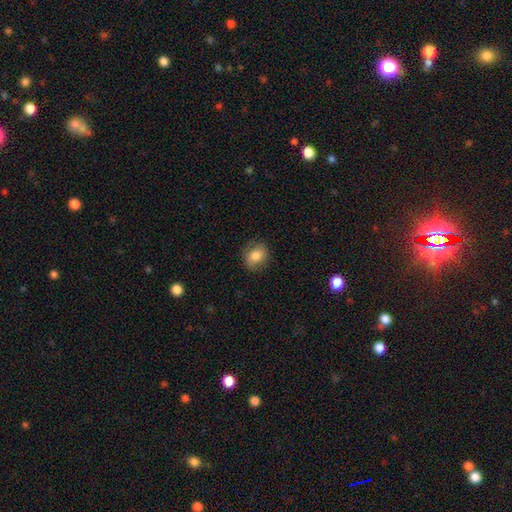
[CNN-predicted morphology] The model was most divided on "how rounded": round: 62%, in between: 37%, cigar-shaped: 1%. More confident: merging — none (80%); smooth or featured — smooth (76%).